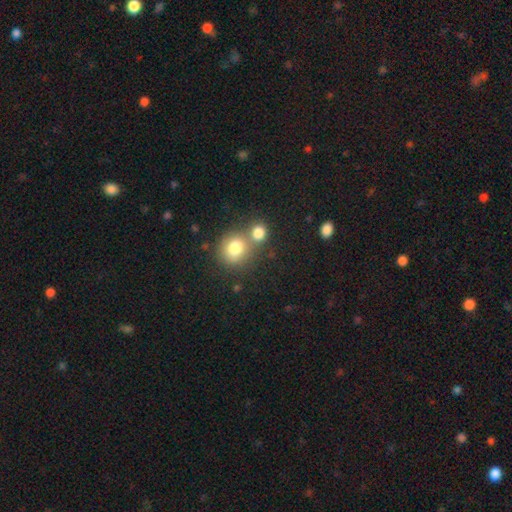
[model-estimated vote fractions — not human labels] Q: Smooth or featured?
A: smooth (67%); runner-up: star or artifact (24%)
Q: How rounded?
A: round (87%); runner-up: in between (11%)
Q: Merging?
A: none (61%); runner-up: merger (29%)